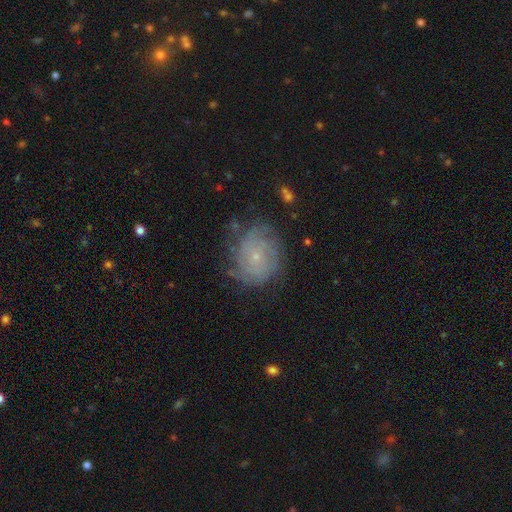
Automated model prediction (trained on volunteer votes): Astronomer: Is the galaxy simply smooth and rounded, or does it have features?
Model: featured or disk — 67%.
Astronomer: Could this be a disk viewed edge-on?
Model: no — 97%.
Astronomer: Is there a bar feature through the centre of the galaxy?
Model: no — 80%.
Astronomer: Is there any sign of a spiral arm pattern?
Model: yes — 88%.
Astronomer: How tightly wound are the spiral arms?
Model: tight — 69%.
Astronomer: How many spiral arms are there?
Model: can't tell — 50%.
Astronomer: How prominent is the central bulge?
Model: small — 81%.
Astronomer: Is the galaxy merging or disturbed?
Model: none — 70%.